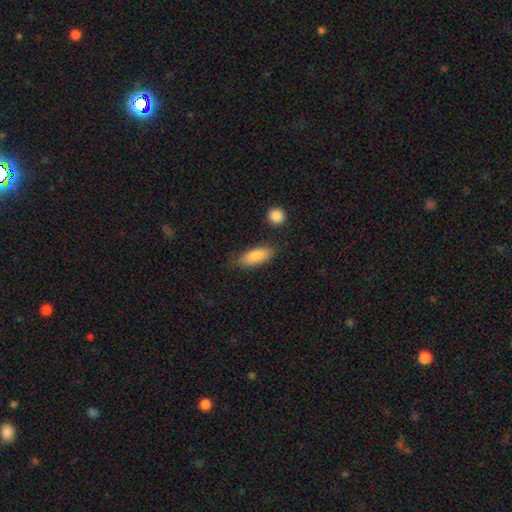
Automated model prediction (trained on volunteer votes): Smooth or featured?
  - smooth: 85% *
  - featured or disk: 9%
  - star or artifact: 7%
How rounded?
  - in between: 73% *
  - cigar-shaped: 25%
  - round: 2%
Merging?
  - none: 78% *
  - minor disturbance: 15%
  - major disturbance: 4%
  - merger: 3%